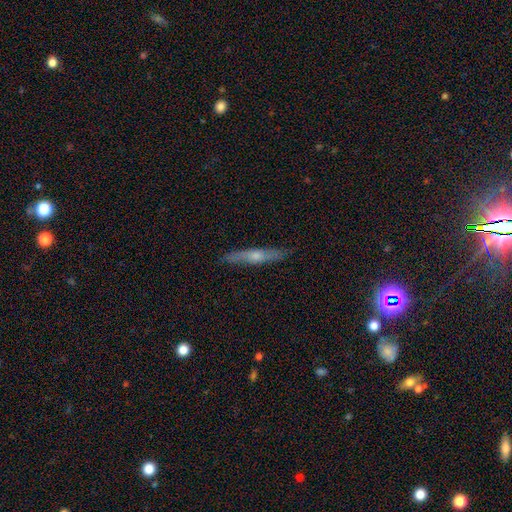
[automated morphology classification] type=featured or disk (59%); edge-on=yes (91%); edge-on bulge=rounded (81%); merging=none (88%).